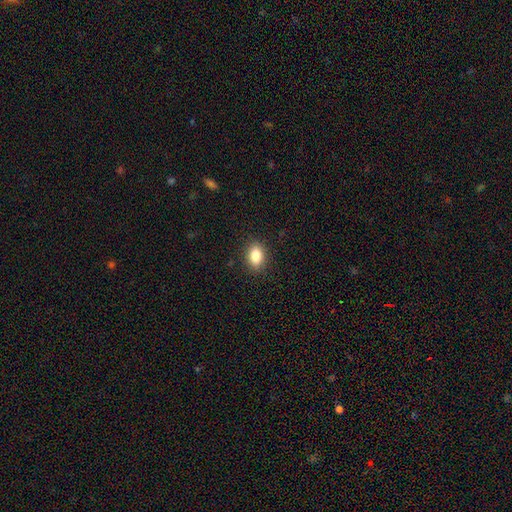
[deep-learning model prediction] The model was most divided on "how rounded": in between: 76%, round: 23%, cigar-shaped: 2%. More confident: merging — none (89%); smooth or featured — smooth (86%).